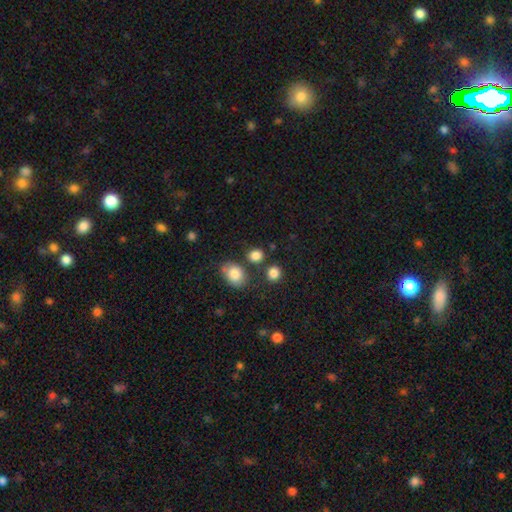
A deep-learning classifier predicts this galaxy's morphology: A smooth galaxy with no disk features (84%) that is round (70%). Merging: none (71%).